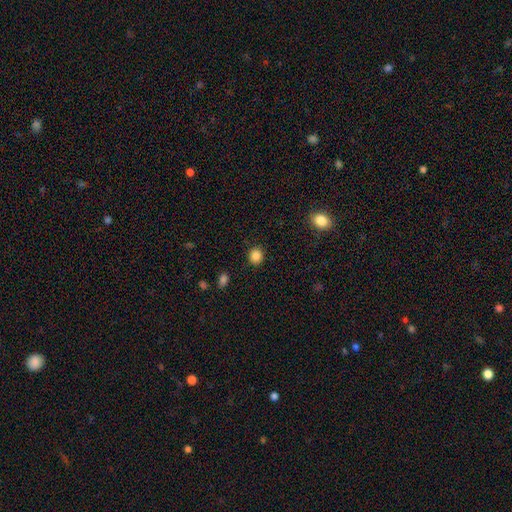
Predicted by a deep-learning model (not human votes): Smooth or featured? Predicted: smooth (p=0.86). How rounded? Predicted: round (p=0.79). Merging? Predicted: none (p=0.89).